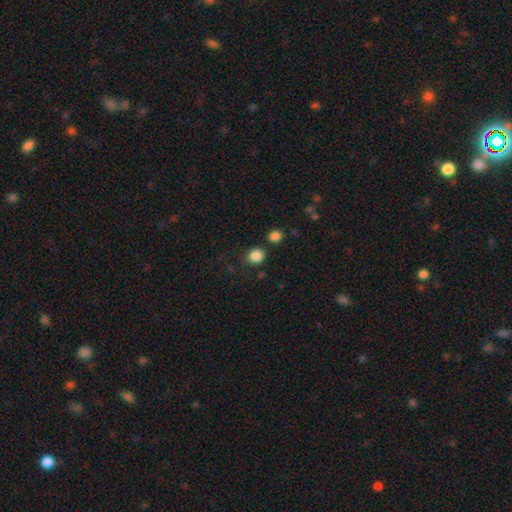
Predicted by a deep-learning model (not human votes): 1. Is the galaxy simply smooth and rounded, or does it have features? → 85% smooth, 11% star or artifact, 4% featured or disk.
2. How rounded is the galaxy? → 82% round, 17% in between, 1% cigar-shaped.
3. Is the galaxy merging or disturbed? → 78% none, 11% minor disturbance, 7% merger, 4% major disturbance.